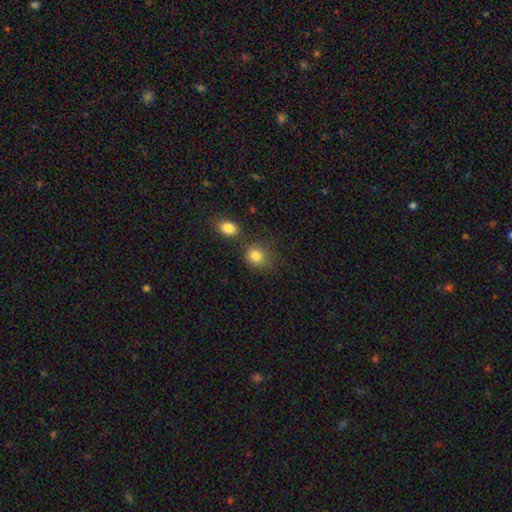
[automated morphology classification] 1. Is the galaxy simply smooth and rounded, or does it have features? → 83% smooth, 11% star or artifact, 7% featured or disk.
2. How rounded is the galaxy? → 71% round, 28% in between, 1% cigar-shaped.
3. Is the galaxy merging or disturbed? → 65% none, 16% merger, 14% minor disturbance, 5% major disturbance.